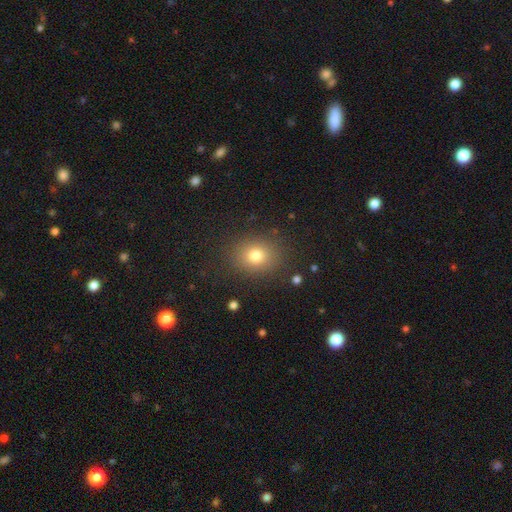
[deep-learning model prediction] This appears to be a smooth galaxy with no disk features (77%) that is round (62%). Merging: none (86%).